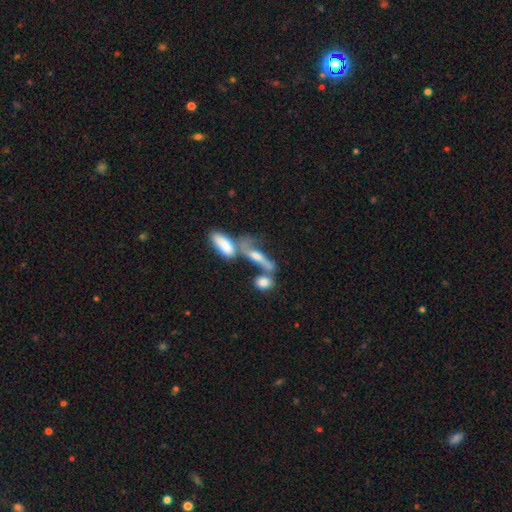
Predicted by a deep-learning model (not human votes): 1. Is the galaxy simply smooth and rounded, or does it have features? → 47% featured or disk, 42% smooth, 11% star or artifact.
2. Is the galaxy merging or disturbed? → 40% merger, 35% none, 13% minor disturbance, 11% major disturbance.